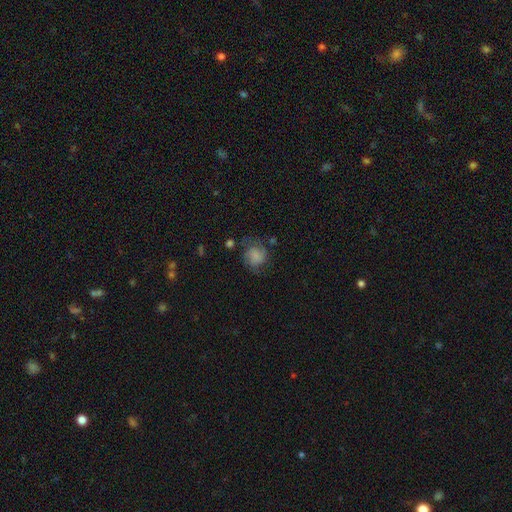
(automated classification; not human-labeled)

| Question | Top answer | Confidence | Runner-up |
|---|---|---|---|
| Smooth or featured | smooth | 57% | featured or disk (34%) |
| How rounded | round | 77% | in between (22%) |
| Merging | none | 57% | minor disturbance (25%) |